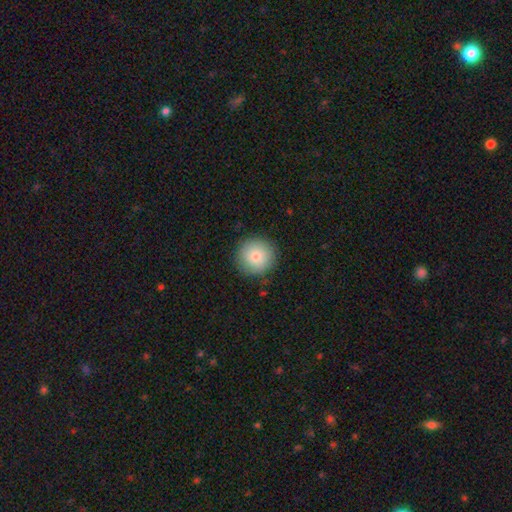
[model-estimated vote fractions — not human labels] A smooth galaxy with no disk features (82%) that is round (95%). Merging: none (89%).